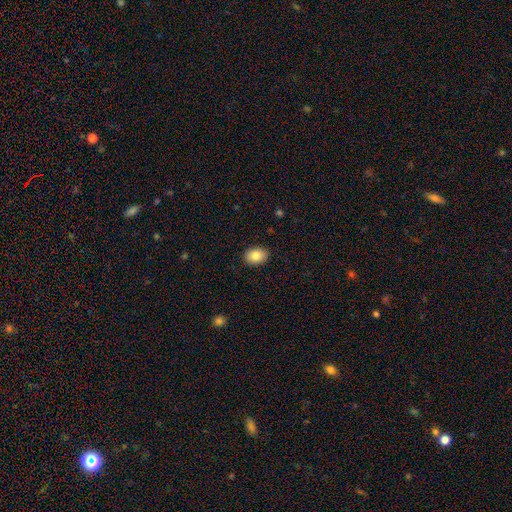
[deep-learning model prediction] The model was most divided on "how rounded": in between: 76%, round: 23%, cigar-shaped: 1%. More confident: merging — none (90%); smooth or featured — smooth (84%).